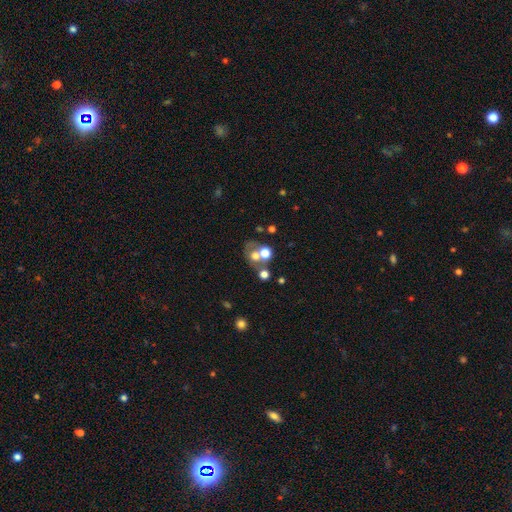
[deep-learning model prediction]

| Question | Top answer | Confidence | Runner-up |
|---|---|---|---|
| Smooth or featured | smooth | 55% | featured or disk (27%) |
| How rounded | round | 70% | in between (29%) |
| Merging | merger | 49% | none (34%) |